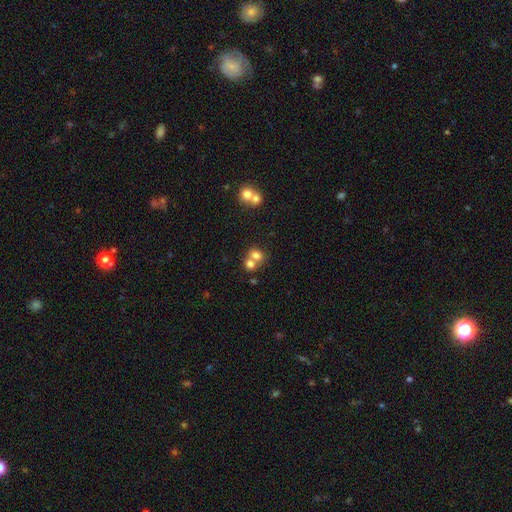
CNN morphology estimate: This appears to be a smooth galaxy with no disk features (73%) that is round (55%). Merging: merger (56%).